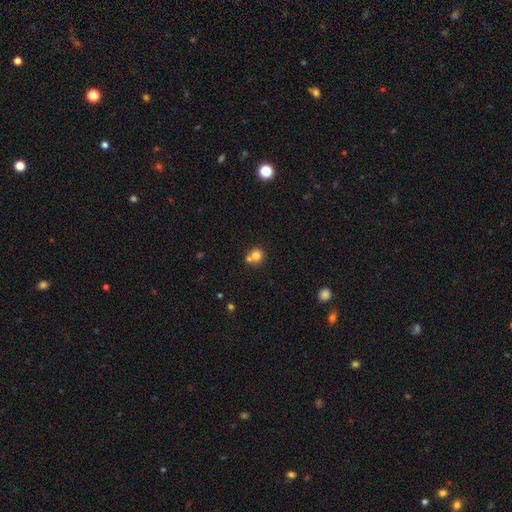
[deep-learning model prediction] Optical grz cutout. It shows a smooth galaxy with no disk features (78%) that is round (87%). Merging: none (49%).